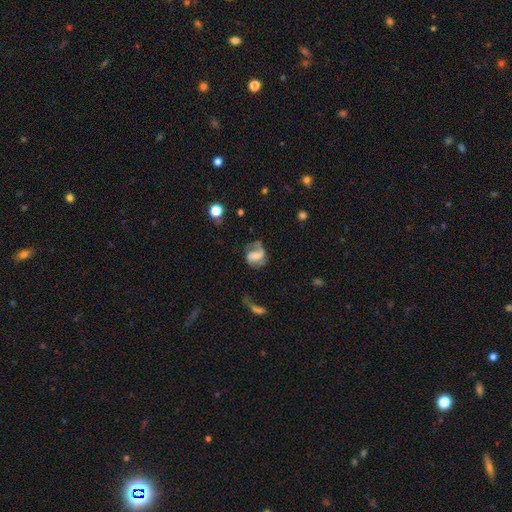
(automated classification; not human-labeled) Overall: featured or disk (68%). Edge-on disk: no (98%). Bar: weak (45%; no 36%). Spiral arms: yes (88%). Spiral arm count: 2 (70%). Spiral winding: loose (41%, tied with medium). Bulge size: small (38%; moderate 33%). Merging: none (51%; major disturbance 22%).